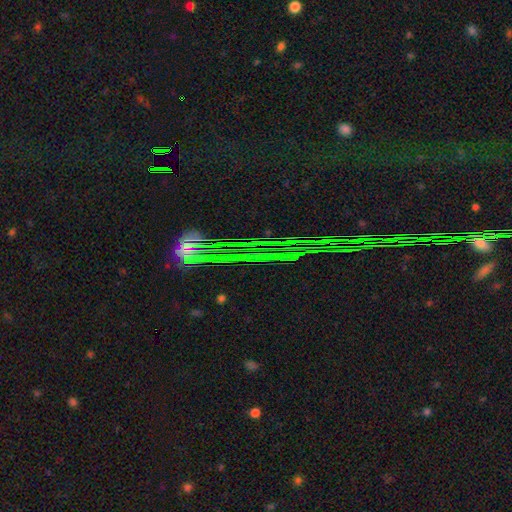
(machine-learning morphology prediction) This is likely a star or artifact rather than a galaxy (75%).